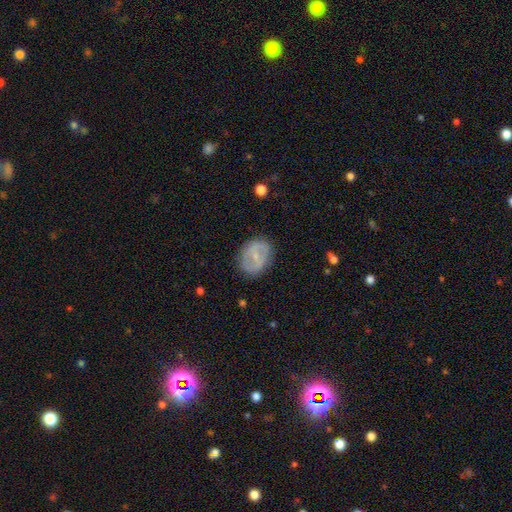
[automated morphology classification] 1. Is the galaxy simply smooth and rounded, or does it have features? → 56% featured or disk, 37% smooth, 7% star or artifact.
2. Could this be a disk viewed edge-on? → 95% no, 5% yes.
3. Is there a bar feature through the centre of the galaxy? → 43% weak, 32% no, 25% strong.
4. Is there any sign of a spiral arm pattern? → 56% no, 44% yes.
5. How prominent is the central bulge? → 63% small, 31% moderate, 4% none, 1% large, 1% dominant.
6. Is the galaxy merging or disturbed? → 82% none, 13% minor disturbance, 4% major disturbance, 1% merger.